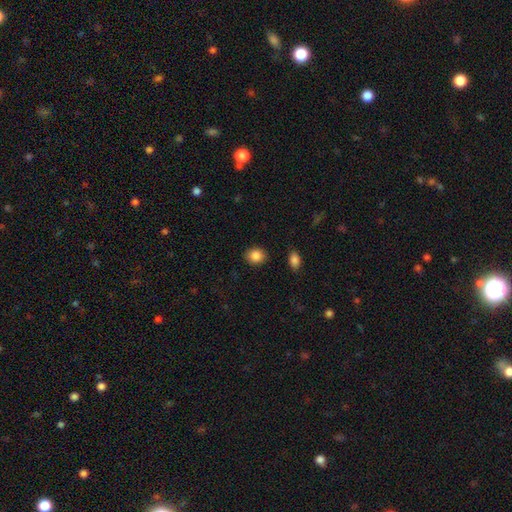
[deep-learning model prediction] smooth-or-featured: smooth: 86% | star or artifact: 8% | featured or disk: 5%
  how-rounded: round: 64% | in between: 35% | cigar-shaped: 1%
  merging: none: 88% | minor disturbance: 8% | major disturbance: 2% | merger: 2%